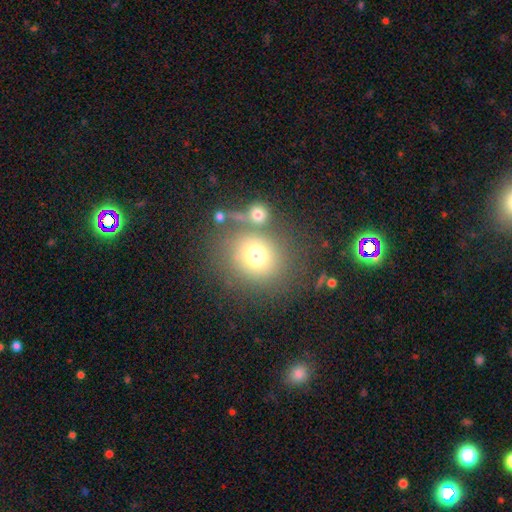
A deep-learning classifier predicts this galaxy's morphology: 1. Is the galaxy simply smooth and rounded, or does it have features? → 72% smooth, 15% featured or disk, 14% star or artifact.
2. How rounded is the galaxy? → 82% round, 17% in between, 1% cigar-shaped.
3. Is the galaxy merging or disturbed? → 63% none, 17% merger, 12% minor disturbance, 8% major disturbance.